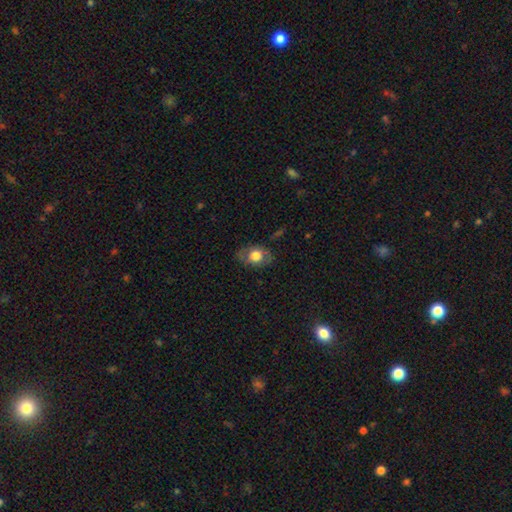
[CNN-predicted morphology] Smooth or featured: smooth — 66% (featured or disk — 26%)
How rounded: in between — 72% (round — 26%)
Merging: none — 74% (minor disturbance — 18%)